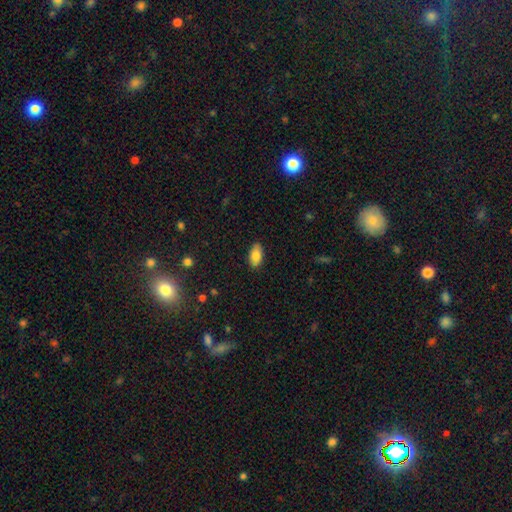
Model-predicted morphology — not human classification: A smooth galaxy with no disk features (84%) that is in between round and cigar-shaped (93%). Merging: none (87%).